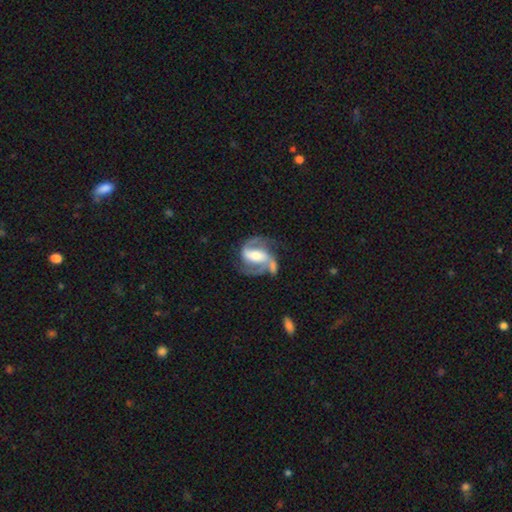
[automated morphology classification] This appears to be a featured or disk galaxy (89%) with a strong bar (51%), 2 (91%) medium (59%) spiral arms (97%) and a moderate central bulge (50%). Merging: none (64%).